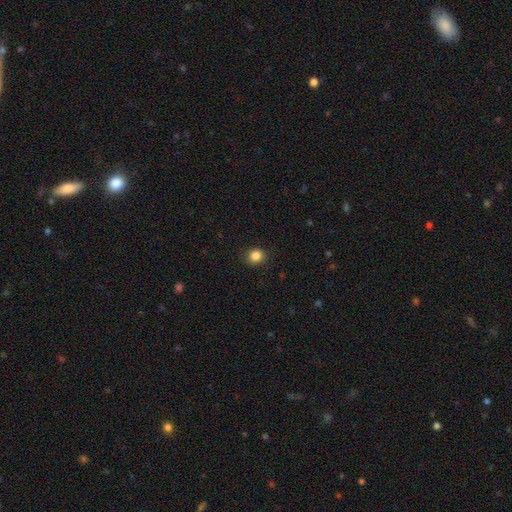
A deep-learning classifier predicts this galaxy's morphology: The model was most divided on "how rounded": round: 80%, in between: 19%, cigar-shaped: 1%. More confident: merging — none (89%); smooth or featured — smooth (86%).